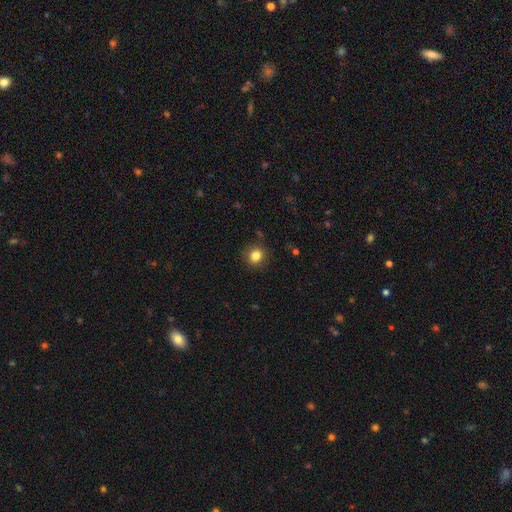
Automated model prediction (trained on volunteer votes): Smooth or featured: smooth — 83% (star or artifact — 11%)
How rounded: round — 82% (in between — 17%)
Merging: none — 88% (minor disturbance — 8%)